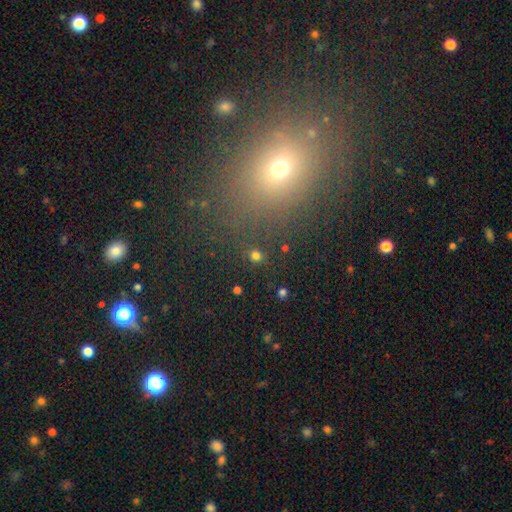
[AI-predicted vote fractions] Smooth or featured?
  - smooth: 74% *
  - star or artifact: 20%
  - featured or disk: 6%
How rounded?
  - round: 80% *
  - in between: 18%
  - cigar-shaped: 2%
Merging?
  - none: 84% *
  - minor disturbance: 9%
  - major disturbance: 4%
  - merger: 3%